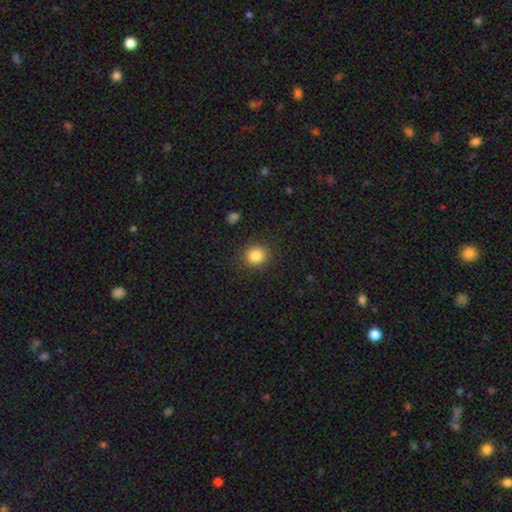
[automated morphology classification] Q: Smooth or featured?
A: smooth (85%); runner-up: star or artifact (10%)
Q: How rounded?
A: round (79%); runner-up: in between (21%)
Q: Merging?
A: none (88%); runner-up: minor disturbance (8%)